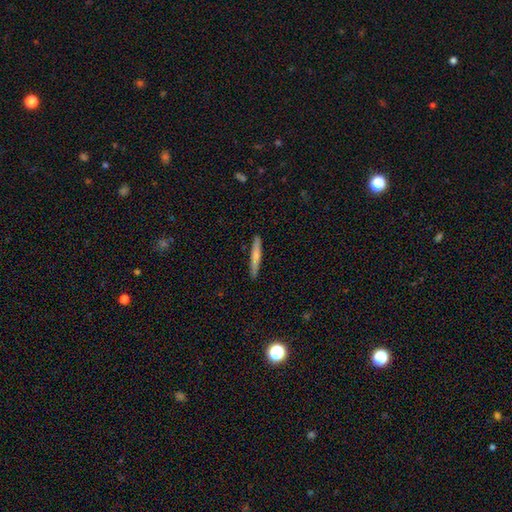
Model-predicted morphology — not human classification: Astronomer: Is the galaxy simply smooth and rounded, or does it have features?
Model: smooth — 60%.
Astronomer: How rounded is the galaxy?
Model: cigar-shaped — 95%.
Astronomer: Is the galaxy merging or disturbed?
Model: none — 90%.